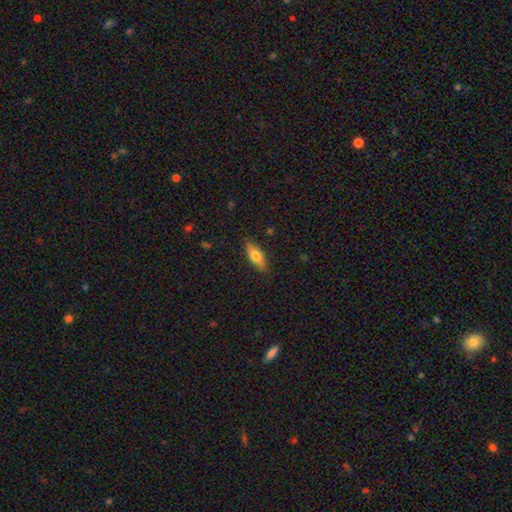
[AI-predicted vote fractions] The model was most divided on "how rounded": in between: 63%, cigar-shaped: 35%, round: 3%. More confident: merging — none (85%); smooth or featured — smooth (69%).